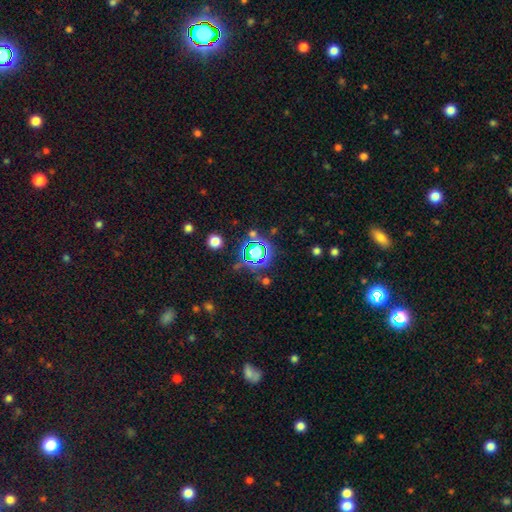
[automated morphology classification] Smooth or featured?
  - star or artifact: 66% *
  - smooth: 23%
  - featured or disk: 11%